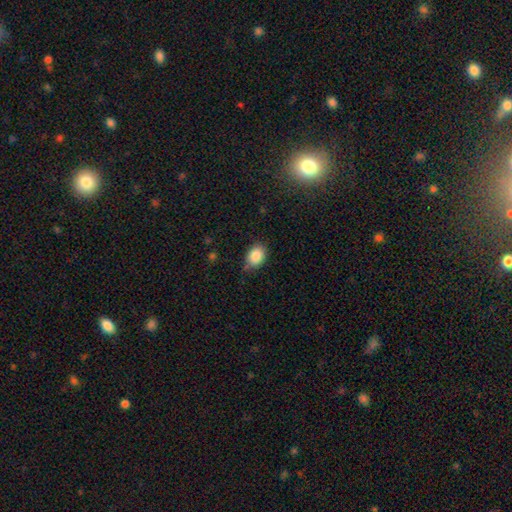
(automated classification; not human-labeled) A smooth galaxy with no disk features (87%) that is in between round and cigar-shaped (71%).

Vote fractions:
- Smooth or featured? smooth: 87% / star or artifact: 8% / featured or disk: 5%
- How rounded? in between: 71% / round: 28% / cigar-shaped: 1%
- Merging? none: 74% / minor disturbance: 20% / major disturbance: 4% / merger: 2%